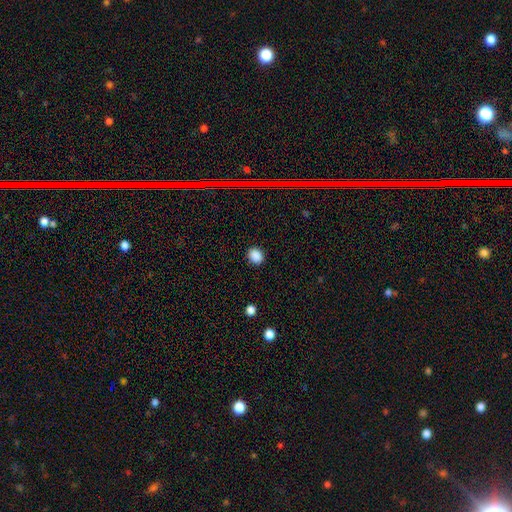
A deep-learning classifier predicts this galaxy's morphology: Q: Smooth or featured?
A: smooth (86%); runner-up: star or artifact (10%)
Q: How rounded?
A: in between (52%); runner-up: round (47%)
Q: Merging?
A: none (88%); runner-up: minor disturbance (8%)